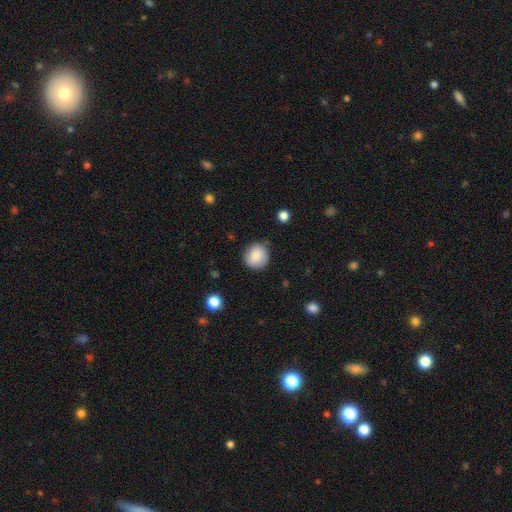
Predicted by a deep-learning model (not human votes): Morphology: type=smooth (81%); roundness=round (92%); merging=none (80%).